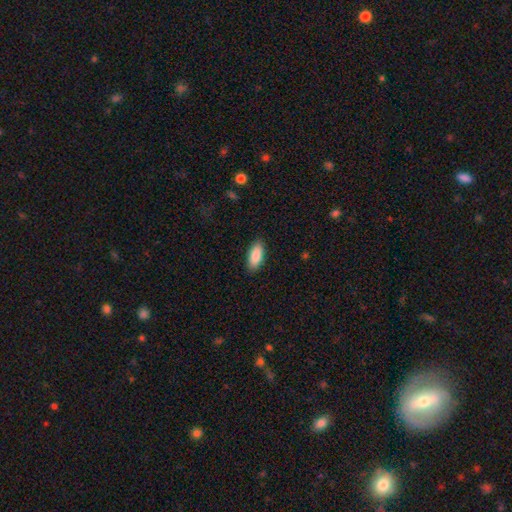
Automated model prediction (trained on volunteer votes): smooth-or-featured: smooth: 87% | featured or disk: 7% | star or artifact: 6%
  how-rounded: in between: 84% | cigar-shaped: 14% | round: 2%
  merging: none: 89% | minor disturbance: 8% | major disturbance: 2% | merger: 1%